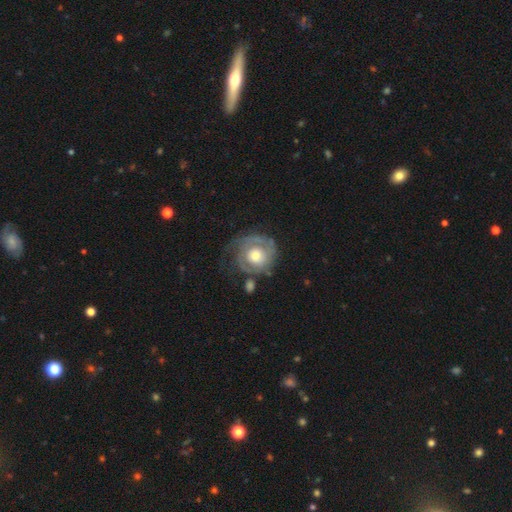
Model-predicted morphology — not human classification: smooth-or-featured: featured or disk: 73% | smooth: 21% | star or artifact: 5%
  disk-edge-on: no: 97% | yes: 3%
    bar: no: 80% | weak: 16% | strong: 3%
    has-spiral-arms: yes: 82% | no: 18%
      spiral-winding: tight: 67% | medium: 24% | loose: 10%
      spiral-arm-count: 2: 37% | can't tell: 28% | 1: 23% | 3: 7% | 4: 3% | more than 4: 3%
    bulge-size: moderate: 63% | small: 20% | large: 14% | dominant: 2% | none: 1%
  merging: none: 56% | minor disturbance: 21% | major disturbance: 17% | merger: 6%